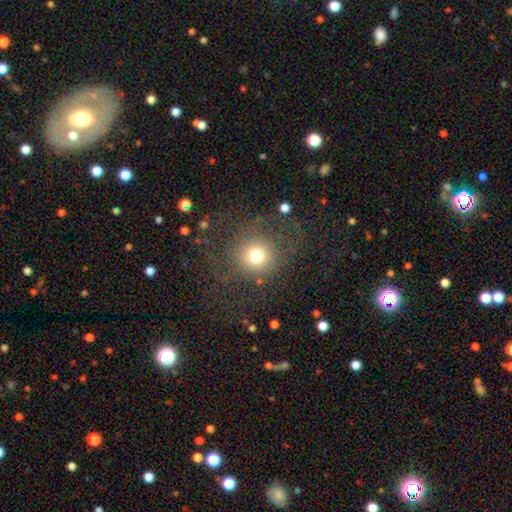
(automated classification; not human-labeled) This appears to be a smooth galaxy with no disk features (70%) that is round (91%). Merging: none (70%).